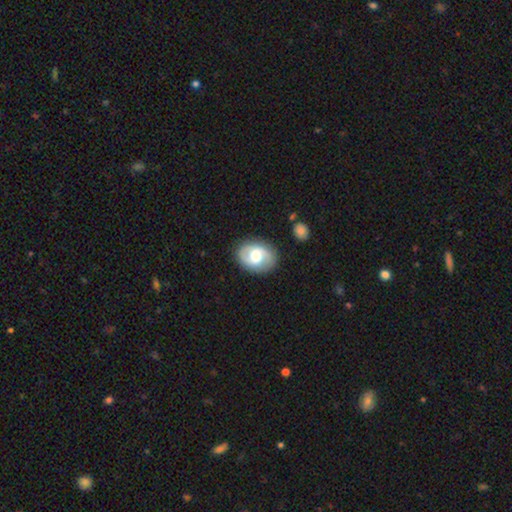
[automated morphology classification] A featured or disk galaxy (56%) with no bar (47%), spiral arms (73%) and a moderate central bulge (69%).

Vote fractions:
- Smooth or featured? featured or disk: 56% / smooth: 38% / star or artifact: 6%
- Edge-on disk? no: 96% / yes: 4%
- Bar? no: 47% / weak: 40% / strong: 13%
- Spiral arms? yes: 73% / no: 27%
- Bulge size? moderate: 69% / large: 20% / small: 9% / dominant: 2% / none: 1%
- Merging? none: 84% / minor disturbance: 11% / major disturbance: 3% / merger: 2%